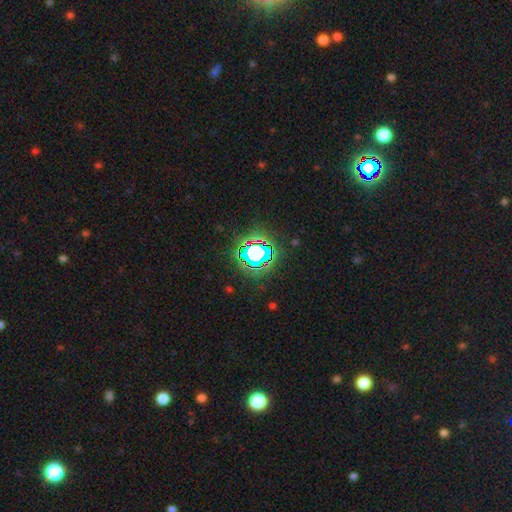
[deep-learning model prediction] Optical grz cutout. It shows a star or artifact, not a galaxy (69%).